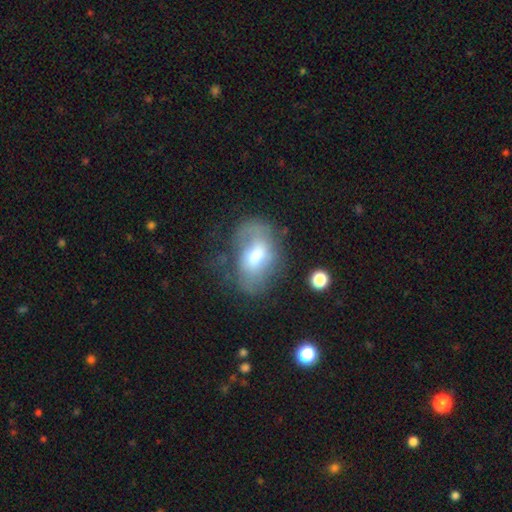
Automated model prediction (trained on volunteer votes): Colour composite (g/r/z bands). It shows a featured or disk galaxy (47%). Merging: none (45%).